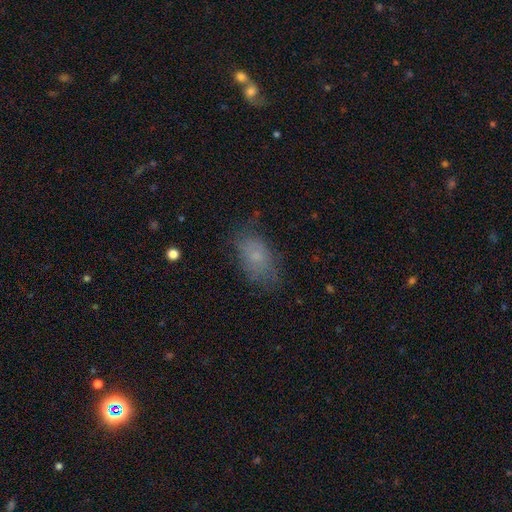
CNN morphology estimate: Smooth or featured? smooth (68%)
How rounded? in between (89%)
Merging? none (63%)